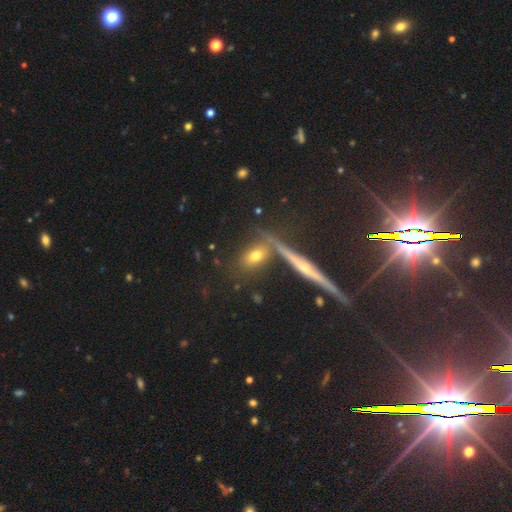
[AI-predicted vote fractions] The model was most divided on "smooth or featured": smooth: 61%, featured or disk: 25%, star or artifact: 14%. More confident: merging — none (70%); how rounded — in between (67%).